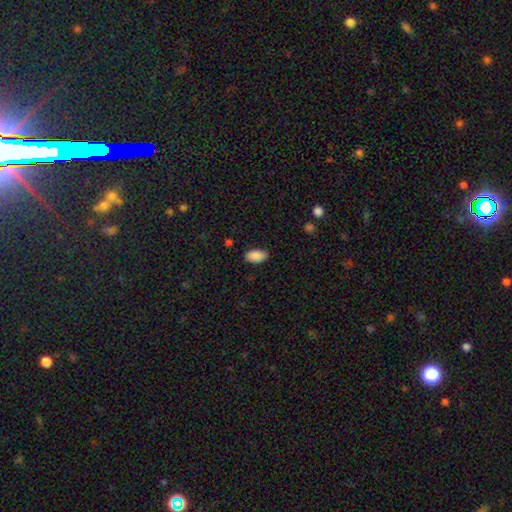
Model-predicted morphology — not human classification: type=smooth (89%); roundness=in between (94%); merging=none (85%).